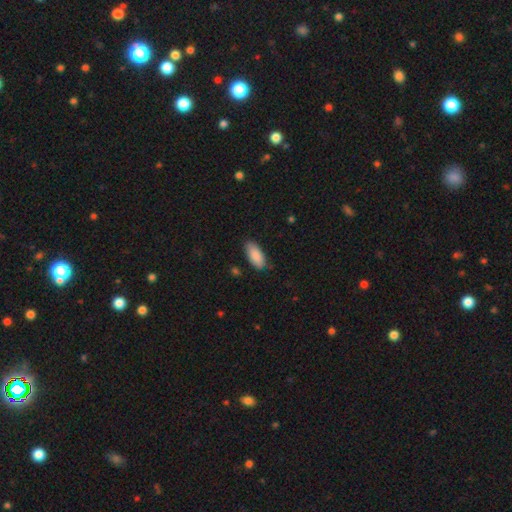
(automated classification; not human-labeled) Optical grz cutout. It shows a smooth galaxy with no disk features (89%) that is in between round and cigar-shaped (89%). Merging: none (81%).